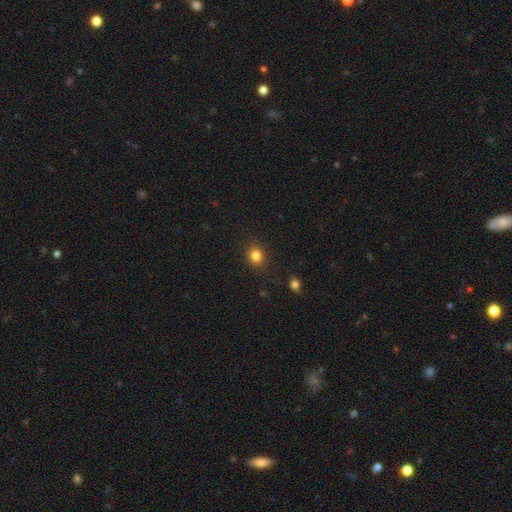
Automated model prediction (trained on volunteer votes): Overall: smooth (83%). How rounded: round (72%). Merging: none (88%).